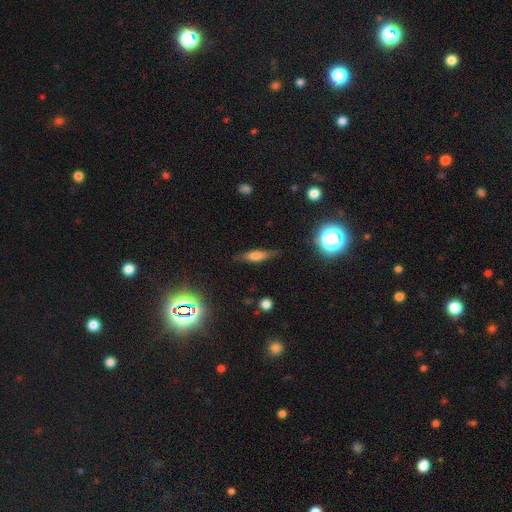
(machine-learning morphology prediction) Smooth or featured: smooth — 49% (featured or disk — 40%)
Merging: none — 77% (minor disturbance — 16%)